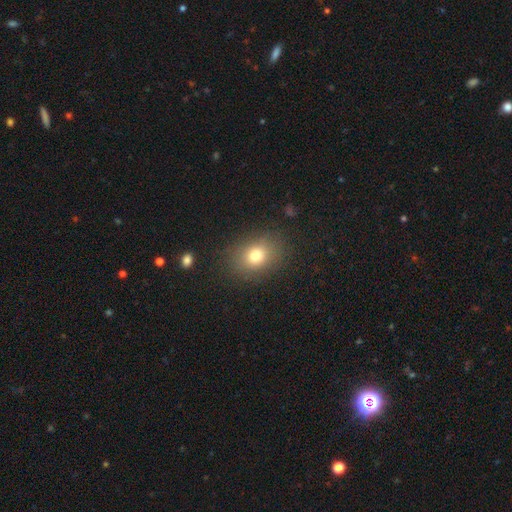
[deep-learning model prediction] A smooth galaxy with no disk features (77%) that is in between round and cigar-shaped (56%).

Vote fractions:
- Smooth or featured? smooth: 77% / star or artifact: 12% / featured or disk: 11%
- How rounded? in between: 56% / round: 43% / cigar-shaped: 1%
- Merging? none: 84% / minor disturbance: 11% / major disturbance: 4% / merger: 1%